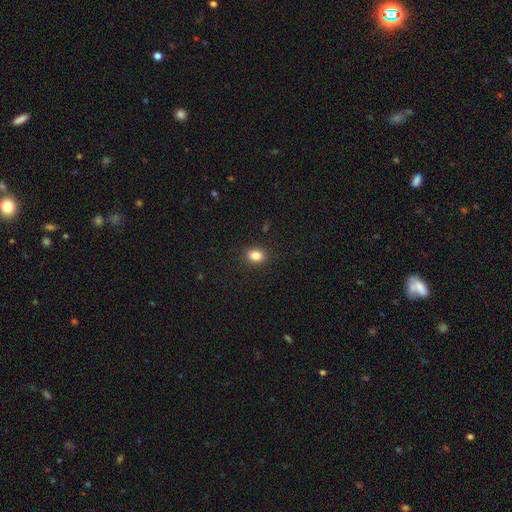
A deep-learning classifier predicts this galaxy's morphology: A smooth galaxy with no disk features (85%) that is in between round and cigar-shaped (72%). Merging: none (88%).